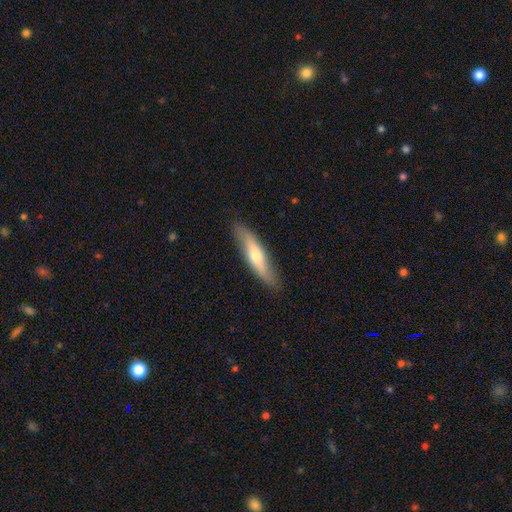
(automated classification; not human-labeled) Smooth or featured?
  - smooth: 49% *
  - featured or disk: 45%
  - star or artifact: 6%
Merging?
  - none: 85% *
  - minor disturbance: 12%
  - major disturbance: 2%
  - merger: 1%